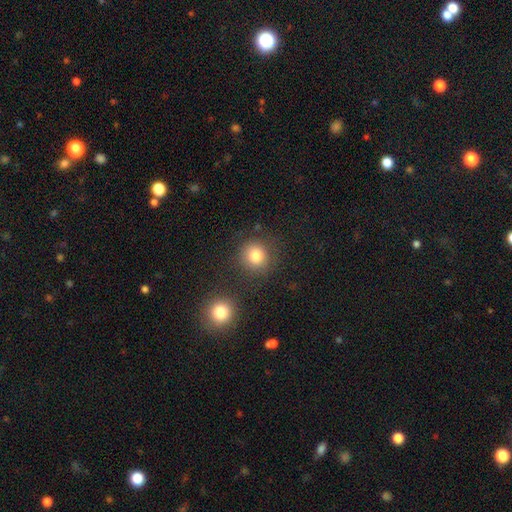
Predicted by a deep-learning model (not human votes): smooth 81%, star or artifact 12%, featured or disk 7%. Down the decision tree: how rounded — round (89%); merging — none (80%).